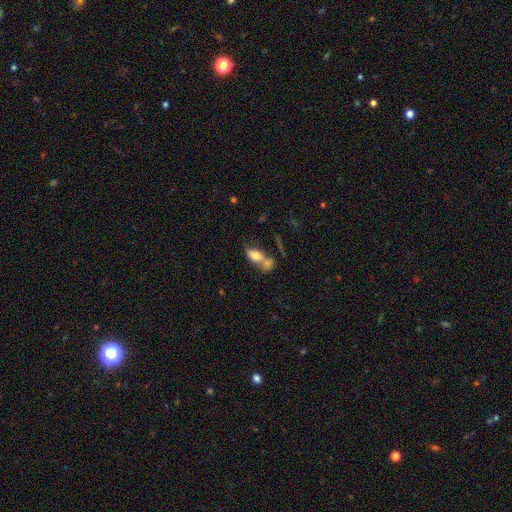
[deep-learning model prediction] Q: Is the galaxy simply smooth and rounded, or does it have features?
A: smooth — 70%.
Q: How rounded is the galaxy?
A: in between — 82%.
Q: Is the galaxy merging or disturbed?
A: merger — 52%.